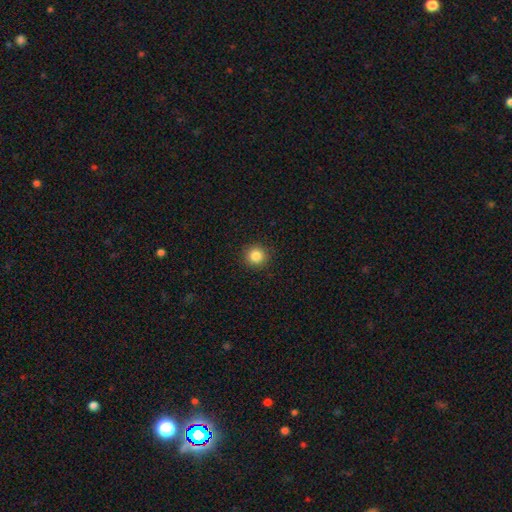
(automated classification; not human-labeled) smooth 85%, star or artifact 11%, featured or disk 4%. Down the decision tree: how rounded — round (94%); merging — none (92%).